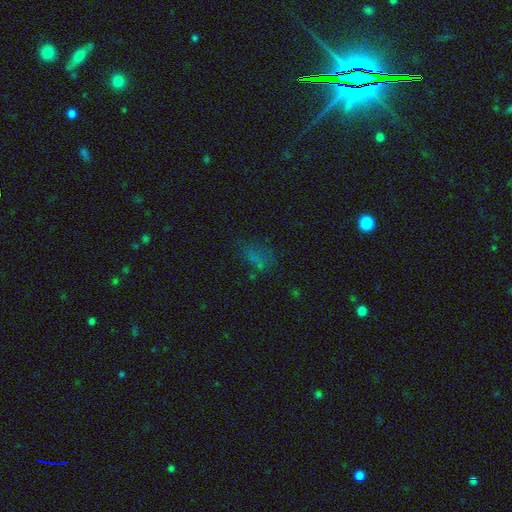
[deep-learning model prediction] This is possibly a smooth galaxy (48%). Merging: possibly none (56%).